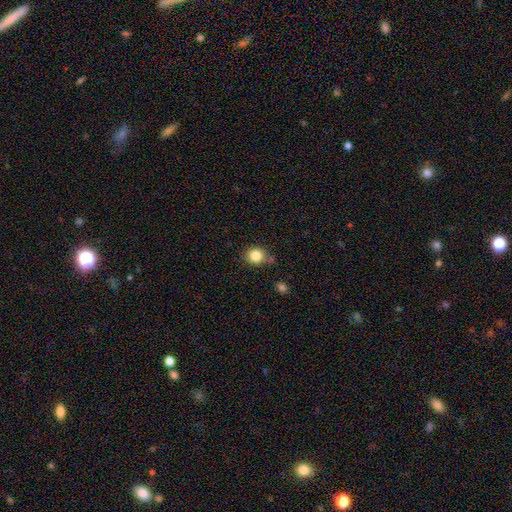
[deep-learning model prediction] This is clearly a smooth galaxy (84%). How rounded: likely round (78%). Merging: likely none (71%).